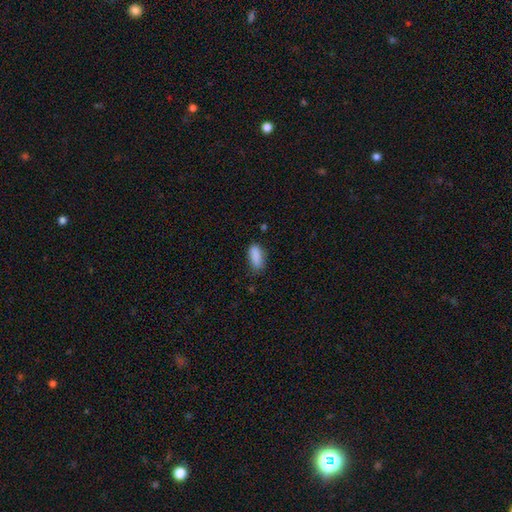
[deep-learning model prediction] Smooth or featured?
  - smooth: 88% *
  - star or artifact: 8%
  - featured or disk: 4%
How rounded?
  - in between: 84% *
  - cigar-shaped: 13%
  - round: 3%
Merging?
  - none: 71% *
  - minor disturbance: 22%
  - major disturbance: 5%
  - merger: 2%